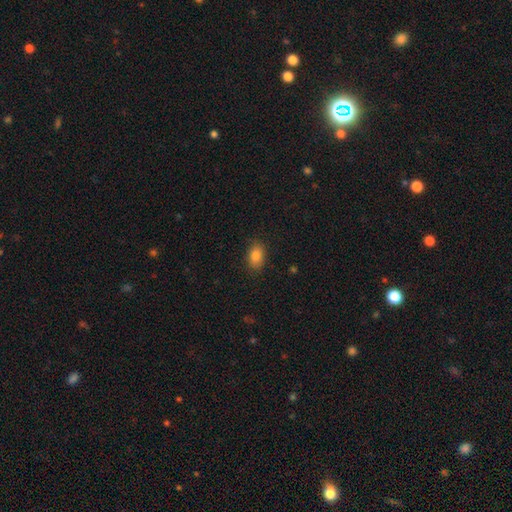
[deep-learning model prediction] Smooth or featured? Predicted: smooth (p=0.85). How rounded? Predicted: in between (p=0.86). Merging? Predicted: none (p=0.86).